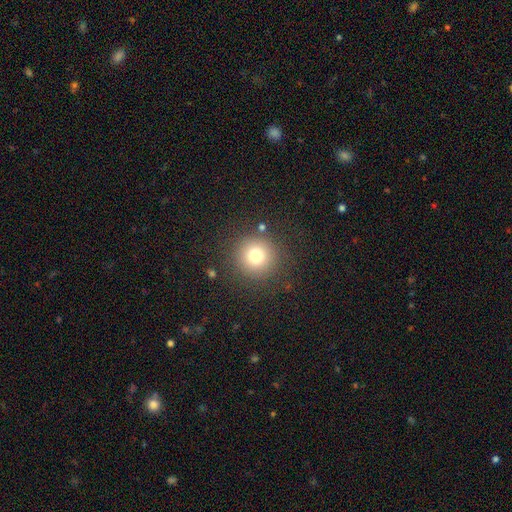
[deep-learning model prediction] Smooth or featured: smooth — 76% (star or artifact — 14%)
How rounded: round — 95% (in between — 4%)
Merging: none — 87% (minor disturbance — 7%)